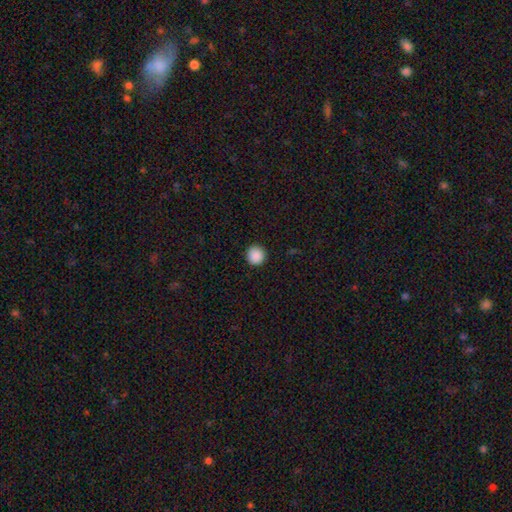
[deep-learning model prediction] Smooth or featured?
  - smooth: 89% *
  - star or artifact: 9%
  - featured or disk: 2%
How rounded?
  - round: 96% *
  - in between: 3%
  - cigar-shaped: 1%
Merging?
  - none: 93% *
  - minor disturbance: 4%
  - major disturbance: 2%
  - merger: 1%